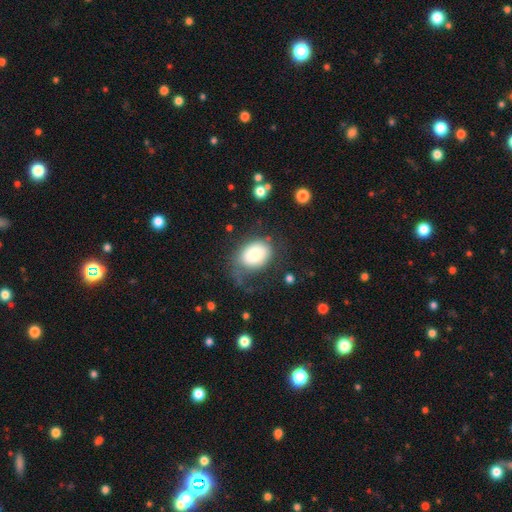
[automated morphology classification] Overall: smooth (80%). How rounded: in between (74%). Merging: none (47%; minor disturbance 26%).